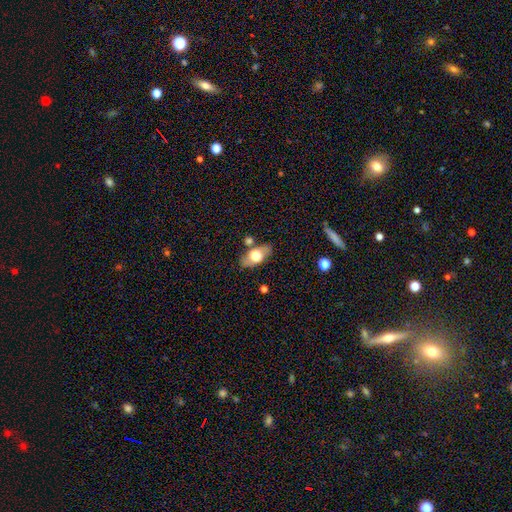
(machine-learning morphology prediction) smooth_or_featured: smooth (p=0.61) [alt: featured or disk p=0.32]
how_rounded: in between (p=0.86) [alt: round p=0.07]
merging: none (p=0.75) [alt: minor disturbance p=0.14]